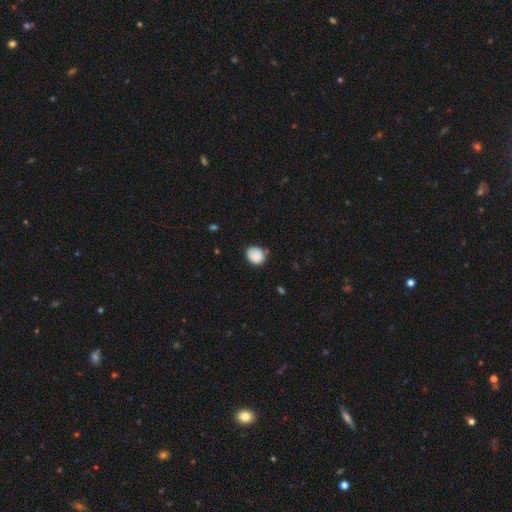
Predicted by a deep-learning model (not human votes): Q: Smooth or featured?
A: smooth (86%); runner-up: star or artifact (8%)
Q: How rounded?
A: round (59%); runner-up: in between (40%)
Q: Merging?
A: none (71%); runner-up: minor disturbance (22%)